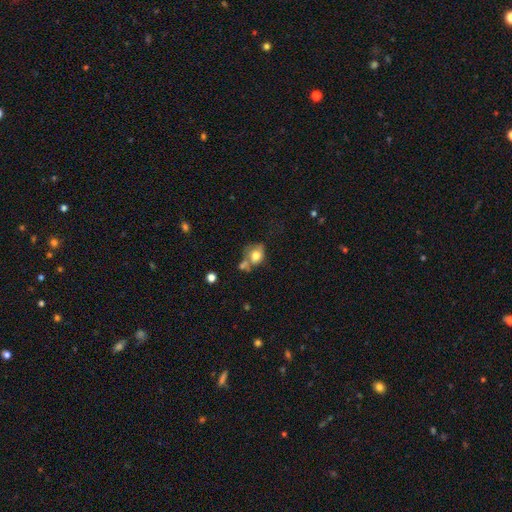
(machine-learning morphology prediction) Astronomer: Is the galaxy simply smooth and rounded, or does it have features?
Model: smooth — 72%.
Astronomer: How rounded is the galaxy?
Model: round — 50% (runner-up: in between, 48%).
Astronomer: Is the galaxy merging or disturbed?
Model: merger — 36% (runner-up: none, 32%).